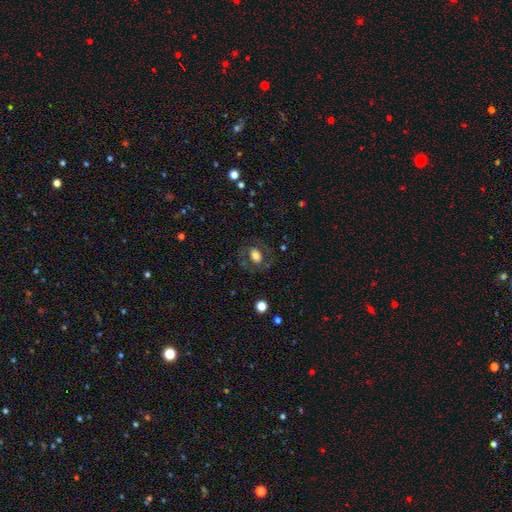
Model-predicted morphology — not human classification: type=smooth (62%); roundness=in between (65%); merging=none (74%).